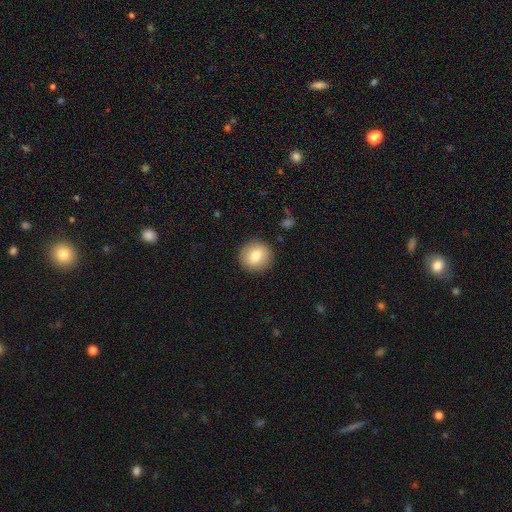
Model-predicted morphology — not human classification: type=smooth (81%); roundness=round (92%); merging=none (91%).